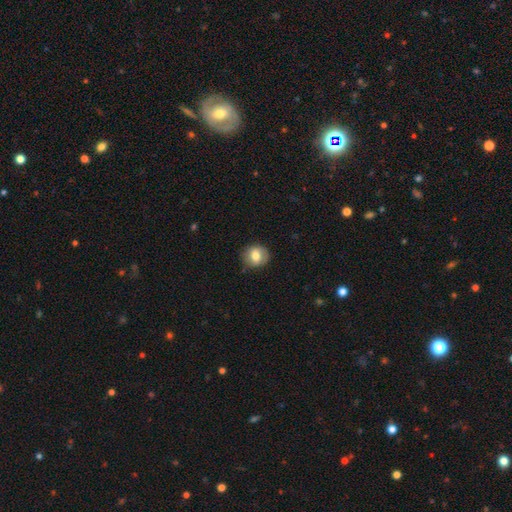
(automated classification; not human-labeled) The model was most divided on "smooth or featured": smooth: 75%, featured or disk: 17%, star or artifact: 8%. More confident: merging — none (80%); how rounded — round (80%).